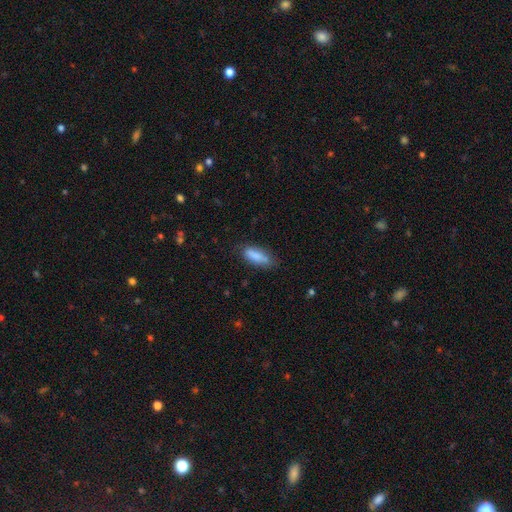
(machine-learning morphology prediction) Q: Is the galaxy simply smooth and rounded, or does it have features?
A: smooth — 82%.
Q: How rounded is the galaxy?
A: in between — 67%.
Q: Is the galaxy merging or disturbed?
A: none — 62%.